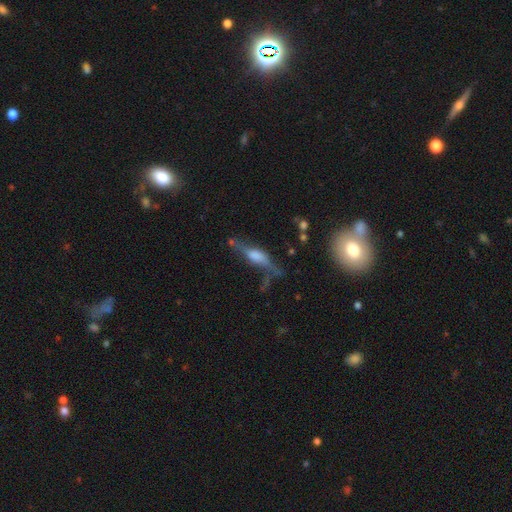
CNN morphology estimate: Smooth or featured: featured or disk — 68% (smooth — 22%)
Edge-on disk: yes — 82% (no — 18%)
Edge-on bulge: rounded — 63% (boxy — 31%)
Merging: none — 57% (minor disturbance — 22%)